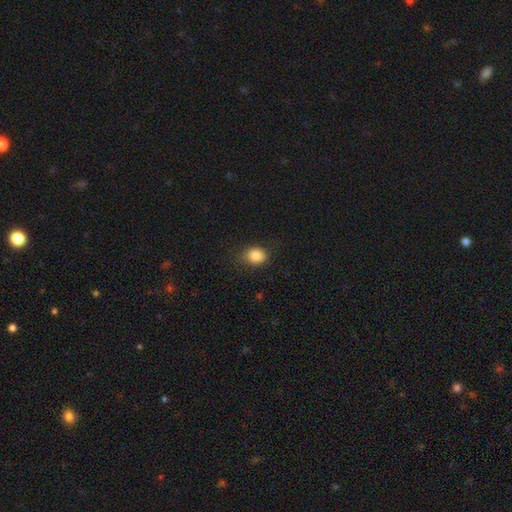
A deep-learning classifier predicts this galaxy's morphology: This is clearly a smooth galaxy (85%). How rounded: possibly round (53%). Merging: likely none (74%).